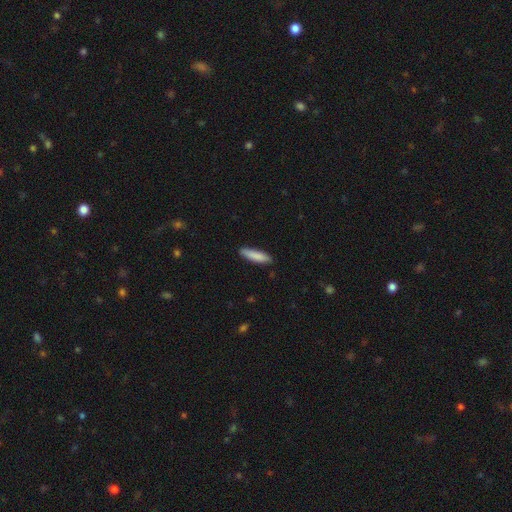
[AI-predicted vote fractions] The model was most divided on "how rounded": cigar-shaped: 76%, in between: 23%, round: 1%. More confident: merging — none (87%); smooth or featured — smooth (86%).